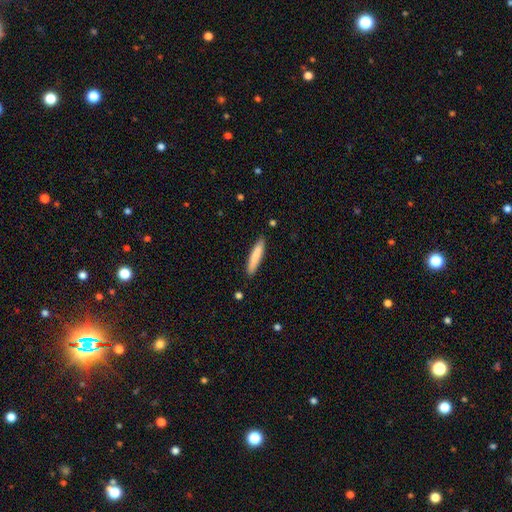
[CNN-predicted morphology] Smooth or featured? Predicted: smooth (p=0.83). How rounded? Predicted: cigar-shaped (p=0.87). Merging? Predicted: none (p=0.88).